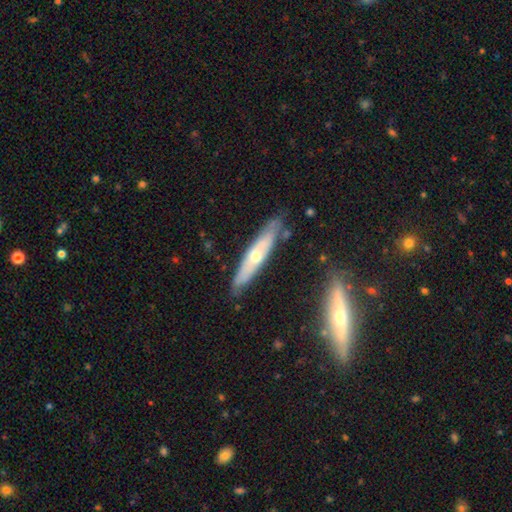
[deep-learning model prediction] Q: Smooth or featured?
A: featured or disk (58%); runner-up: smooth (36%)
Q: Edge-on disk?
A: yes (71%); runner-up: no (29%)
Q: Merging?
A: none (81%); runner-up: minor disturbance (14%)